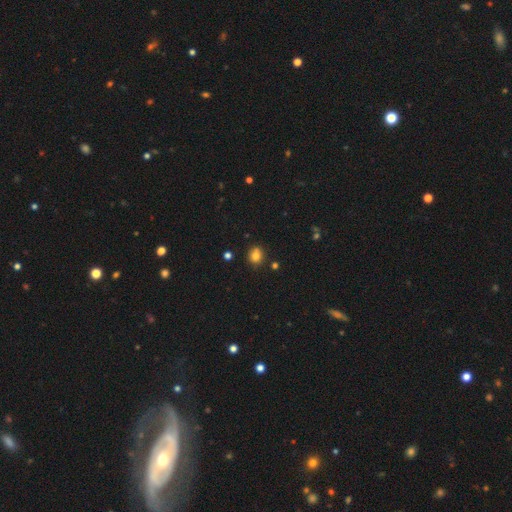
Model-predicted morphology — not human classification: Smooth or featured?
  - smooth: 79% *
  - star or artifact: 14%
  - featured or disk: 7%
How rounded?
  - round: 73% *
  - in between: 26%
  - cigar-shaped: 1%
Merging?
  - none: 79% *
  - minor disturbance: 13%
  - merger: 5%
  - major disturbance: 3%